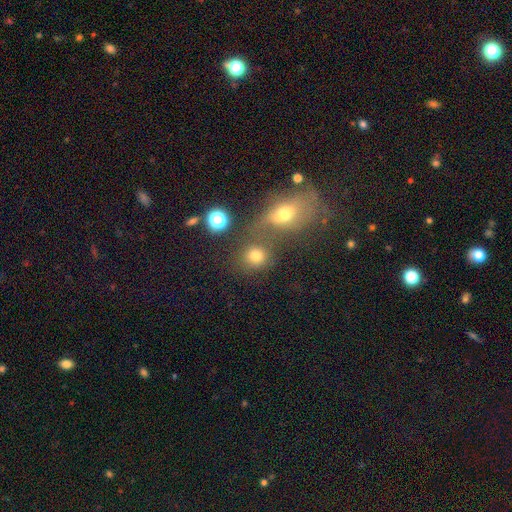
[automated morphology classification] The model was most divided on "merging": none: 53%, merger: 31%, minor disturbance: 9%, major disturbance: 6%. More confident: how rounded — round (78%); smooth or featured — smooth (73%).